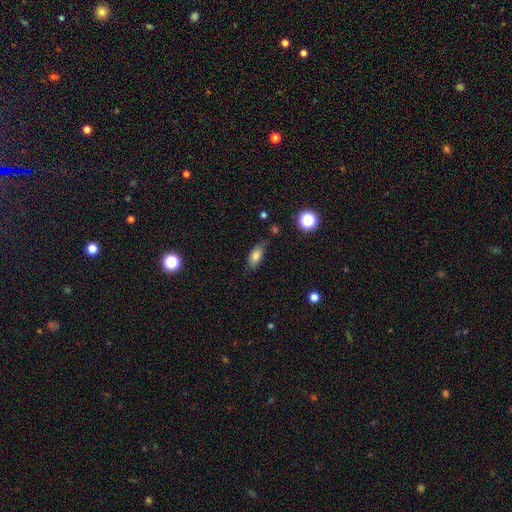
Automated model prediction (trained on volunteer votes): Smooth or featured?
  - smooth: 79% *
  - featured or disk: 11%
  - star or artifact: 10%
How rounded?
  - in between: 86% *
  - cigar-shaped: 10%
  - round: 5%
Merging?
  - none: 68% *
  - minor disturbance: 24%
  - major disturbance: 5%
  - merger: 3%